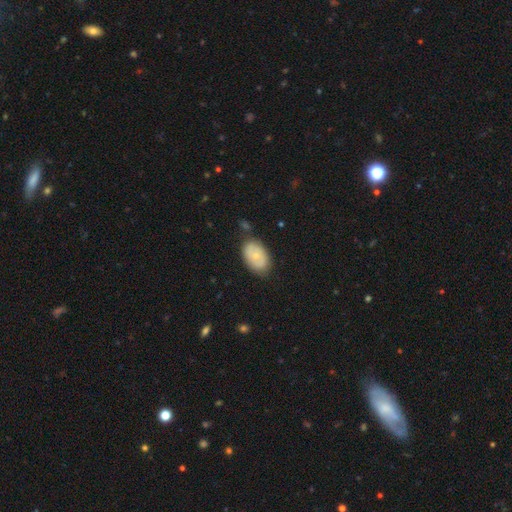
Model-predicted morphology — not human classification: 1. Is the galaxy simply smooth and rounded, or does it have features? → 53% smooth, 40% featured or disk, 6% star or artifact.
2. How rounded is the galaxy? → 86% in between, 12% round, 1% cigar-shaped.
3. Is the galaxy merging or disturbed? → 78% none, 16% minor disturbance, 4% major disturbance, 3% merger.